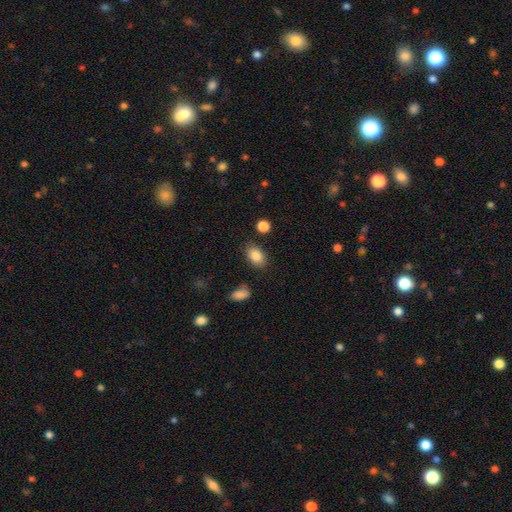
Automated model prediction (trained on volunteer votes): Smooth or featured? Predicted: smooth (p=0.85). How rounded? Predicted: in between (p=0.83). Merging? Predicted: none (p=0.82).